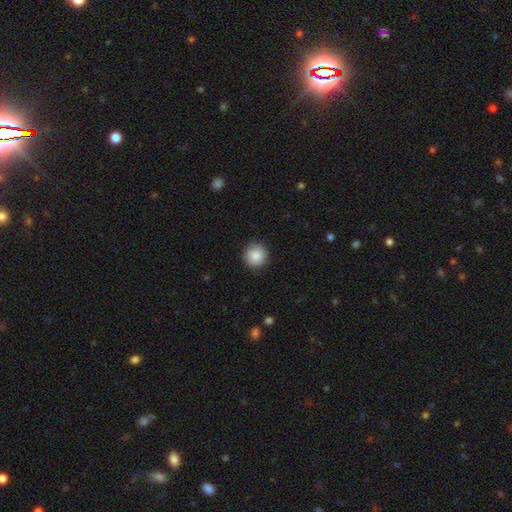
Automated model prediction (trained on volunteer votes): Overall: smooth (88%). How rounded: round (93%). Merging: none (88%).